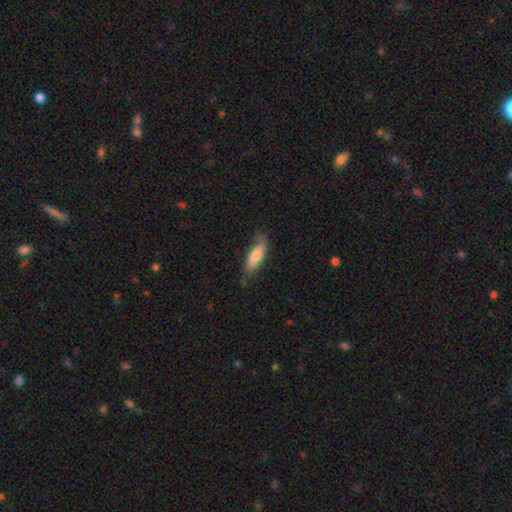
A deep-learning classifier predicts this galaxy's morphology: Overall: smooth (71%). How rounded: in between (53%; cigar-shaped 45%). Merging: none (68%).